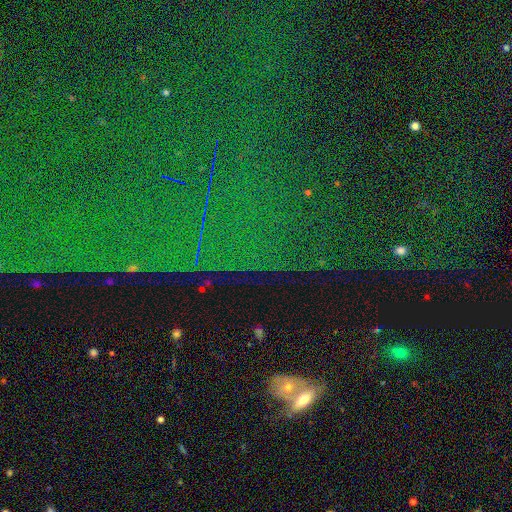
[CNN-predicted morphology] Smooth or featured: star or artifact — 77% (smooth — 12%)